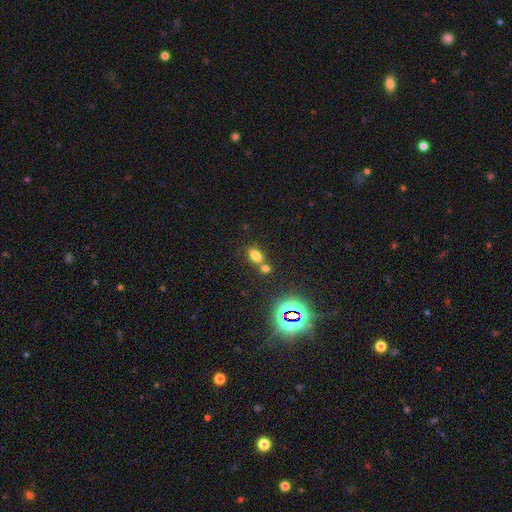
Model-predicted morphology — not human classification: The model was most divided on "merging": none: 55%, merger: 30%, minor disturbance: 11%, major disturbance: 4%. More confident: how rounded — in between (82%); smooth or featured — smooth (72%).